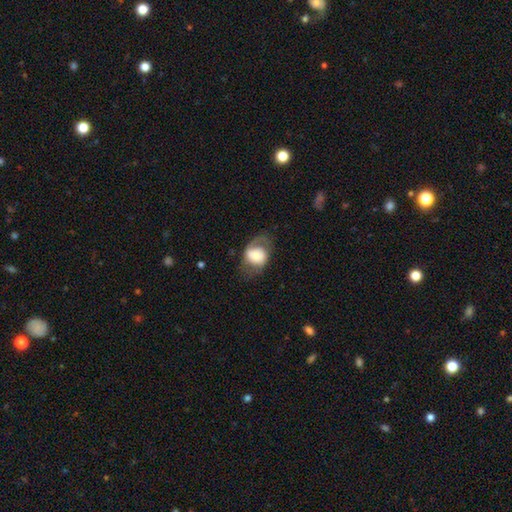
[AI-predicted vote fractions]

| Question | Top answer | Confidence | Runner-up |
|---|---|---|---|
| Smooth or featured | smooth | 51% | featured or disk (42%) |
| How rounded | in between | 55% | round (44%) |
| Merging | none | 50% | minor disturbance (25%) |